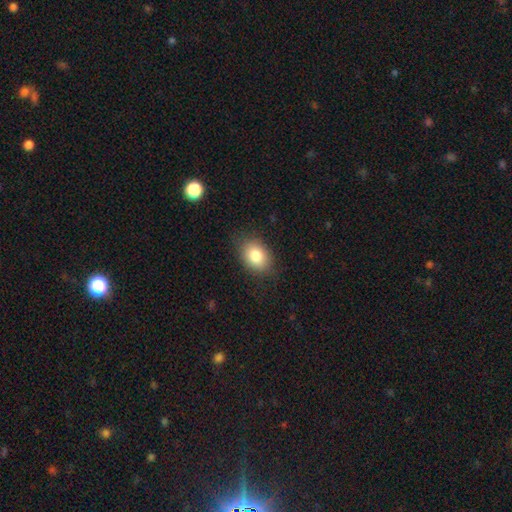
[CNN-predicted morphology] Smooth or featured? Predicted: smooth (p=0.83). How rounded? Predicted: in between (p=0.72). Merging? Predicted: none (p=0.81).